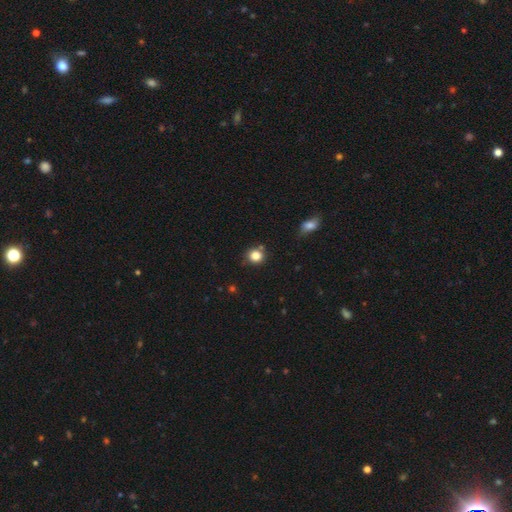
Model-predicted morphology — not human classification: Smooth or featured?
  - smooth: 83% *
  - star or artifact: 12%
  - featured or disk: 5%
How rounded?
  - round: 86% *
  - in between: 13%
  - cigar-shaped: 1%
Merging?
  - none: 76% *
  - minor disturbance: 13%
  - merger: 7%
  - major disturbance: 3%